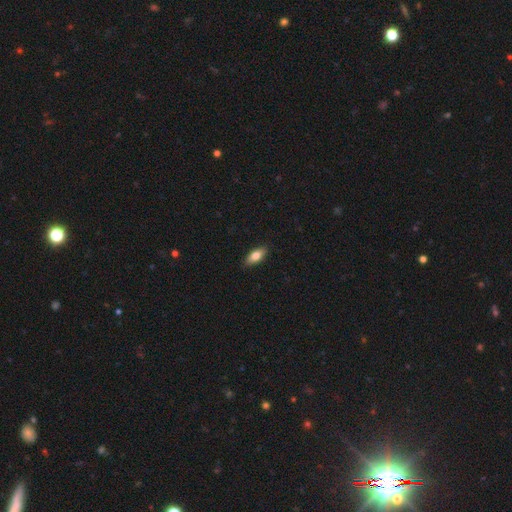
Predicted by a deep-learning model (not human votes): Smooth or featured?
  - smooth: 77% *
  - featured or disk: 17%
  - star or artifact: 6%
How rounded?
  - in between: 81% *
  - cigar-shaped: 16%
  - round: 3%
Merging?
  - none: 89% *
  - minor disturbance: 8%
  - major disturbance: 2%
  - merger: 1%